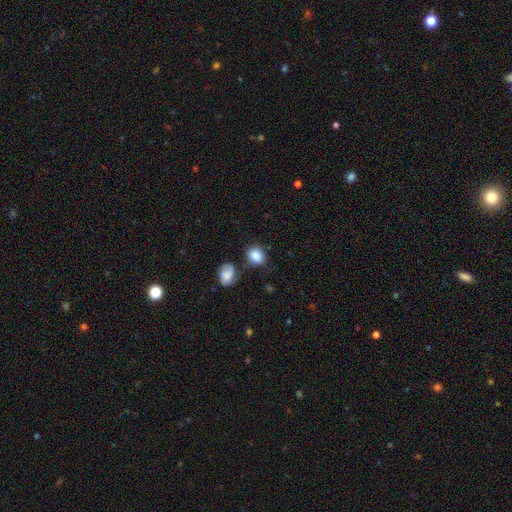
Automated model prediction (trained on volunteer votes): smooth-or-featured: smooth: 83% | featured or disk: 9% | star or artifact: 8%
  how-rounded: round: 52% | in between: 47% | cigar-shaped: 1%
  merging: none: 64% | minor disturbance: 21% | merger: 9% | major disturbance: 7%